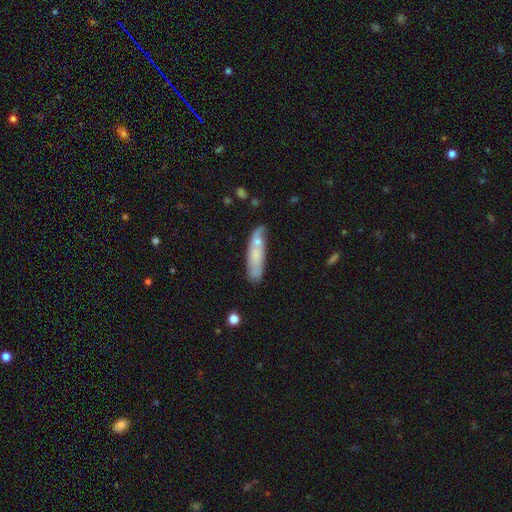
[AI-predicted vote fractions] Smooth or featured: smooth — 60% (featured or disk — 33%)
How rounded: cigar-shaped — 66% (in between — 32%)
Merging: none — 54% (minor disturbance — 24%)